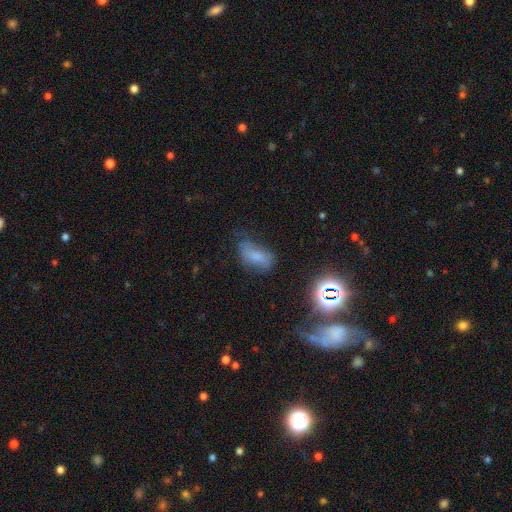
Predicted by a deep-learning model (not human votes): Smooth or featured? Predicted: smooth (p=0.62). How rounded? Predicted: in between (p=0.88). Merging? Predicted: none (p=0.42).